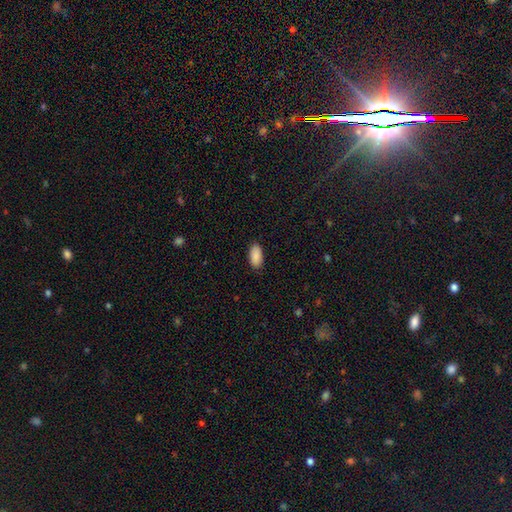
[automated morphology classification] smooth_or_featured: smooth (p=0.90) [alt: star or artifact p=0.07]
how_rounded: in between (p=0.94) [alt: cigar-shaped p=0.04]
merging: none (p=0.89) [alt: minor disturbance p=0.08]